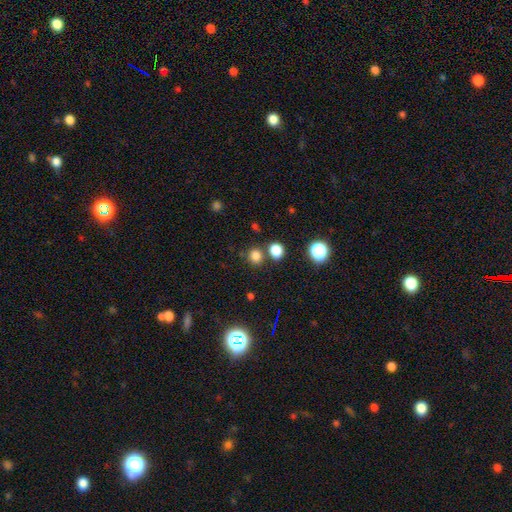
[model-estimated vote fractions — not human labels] smooth-or-featured: smooth: 78% | star or artifact: 17% | featured or disk: 5%
  how-rounded: round: 85% | in between: 14% | cigar-shaped: 1%
  merging: none: 74% | merger: 15% | minor disturbance: 8% | major disturbance: 3%